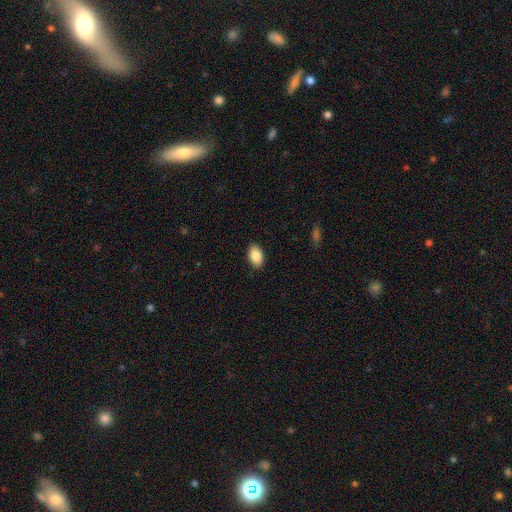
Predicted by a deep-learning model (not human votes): smooth_or_featured: smooth (p=0.86) [alt: featured or disk p=0.07]
how_rounded: in between (p=0.91) [alt: round p=0.07]
merging: none (p=0.89) [alt: minor disturbance p=0.08]